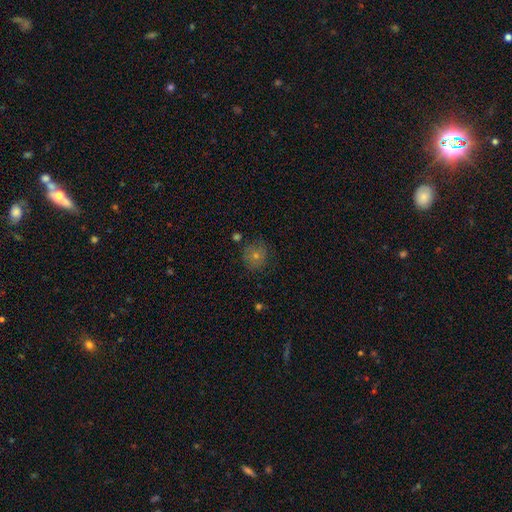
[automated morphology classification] This is possibly a smooth galaxy (54%). How rounded: clearly round (89%). Merging: clearly none (82%).